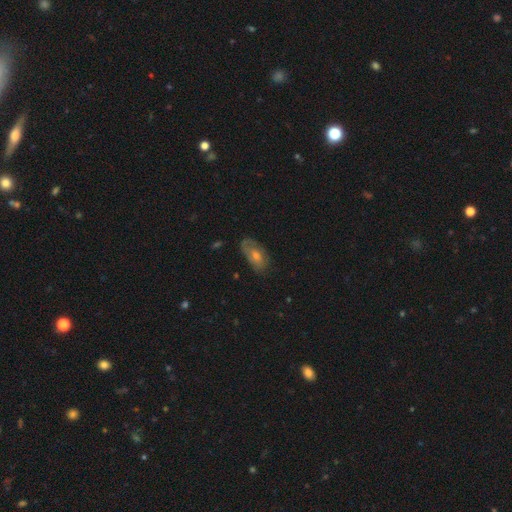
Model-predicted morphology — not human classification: smooth_or_featured: featured or disk (p=0.47) [alt: smooth p=0.40]
merging: none (p=0.70) [alt: minor disturbance p=0.22]